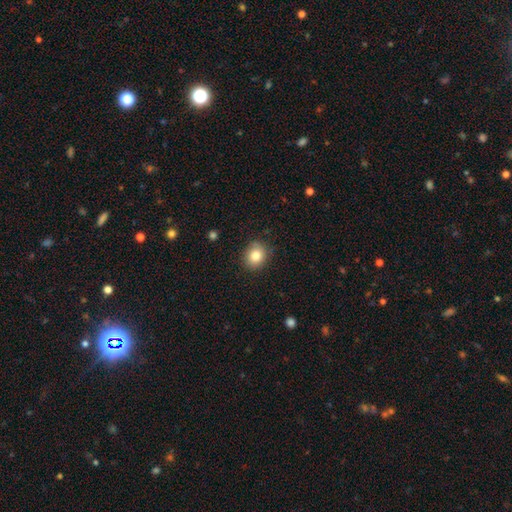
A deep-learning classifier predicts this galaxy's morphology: Smooth or featured: smooth — 83% (star or artifact — 9%)
How rounded: round — 69% (in between — 31%)
Merging: none — 84% (minor disturbance — 12%)